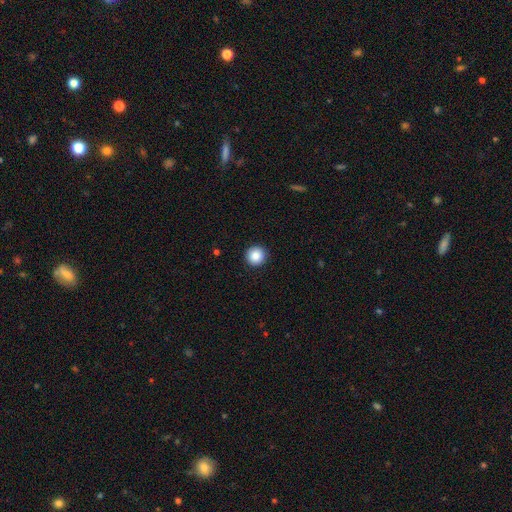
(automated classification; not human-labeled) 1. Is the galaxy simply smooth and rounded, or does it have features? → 86% smooth, 9% star or artifact, 5% featured or disk.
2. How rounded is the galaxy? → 96% round, 3% in between, 1% cigar-shaped.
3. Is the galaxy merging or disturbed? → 93% none, 4% minor disturbance, 2% major disturbance, 1% merger.